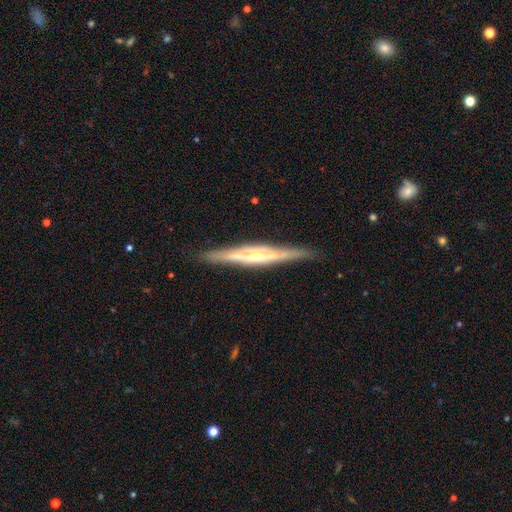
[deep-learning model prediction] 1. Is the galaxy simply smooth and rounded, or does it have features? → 79% featured or disk, 15% smooth, 6% star or artifact.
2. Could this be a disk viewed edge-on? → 96% yes, 4% no.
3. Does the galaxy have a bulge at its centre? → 64% rounded, 21% boxy, 15% none.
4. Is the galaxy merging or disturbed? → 87% none, 10% minor disturbance, 2% major disturbance, 1% merger.